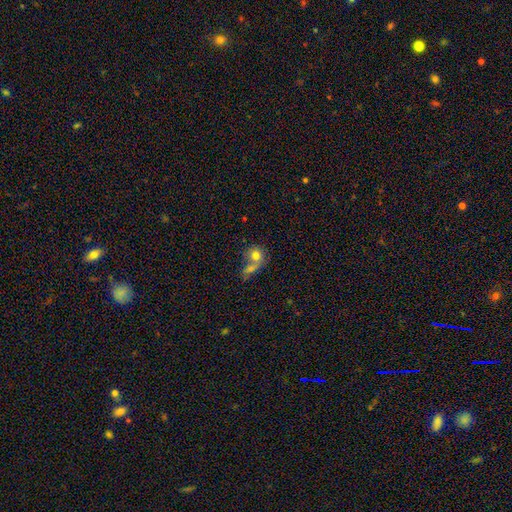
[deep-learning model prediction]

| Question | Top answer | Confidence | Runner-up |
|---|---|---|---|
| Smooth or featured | smooth | 73% | featured or disk (17%) |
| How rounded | round | 73% | in between (26%) |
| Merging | merger | 54% | none (27%) |